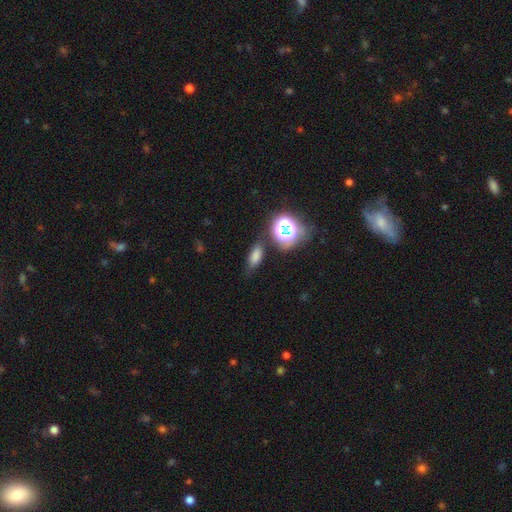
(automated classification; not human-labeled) The model was most divided on "smooth or featured": smooth: 69%, star or artifact: 21%, featured or disk: 10%. More confident: how rounded — in between (75%); merging — none (73%).